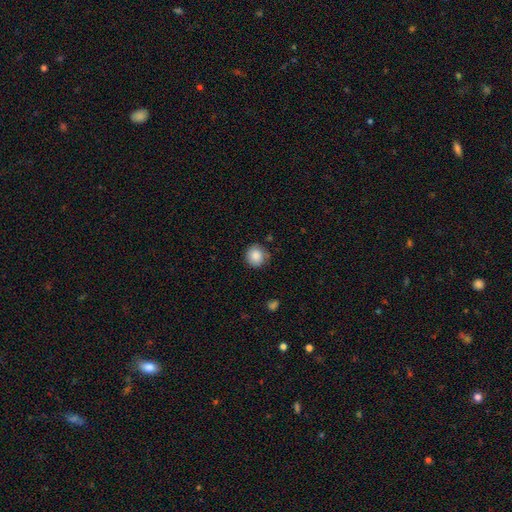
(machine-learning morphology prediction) A smooth galaxy with no disk features (87%) that is round (91%). Merging: none (81%).